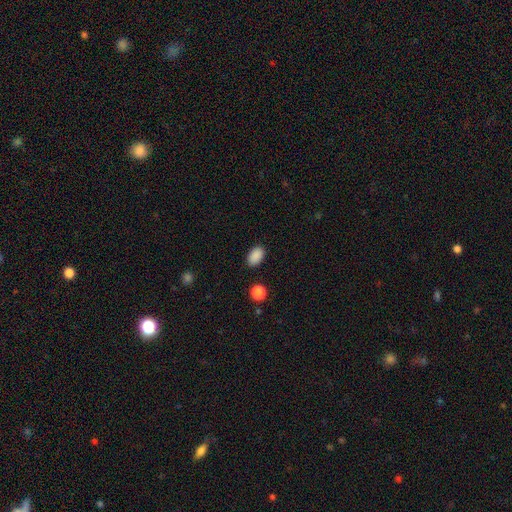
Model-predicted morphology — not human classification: Smooth or featured?
  - smooth: 88% *
  - star or artifact: 9%
  - featured or disk: 3%
How rounded?
  - in between: 90% *
  - round: 9%
  - cigar-shaped: 1%
Merging?
  - none: 87% *
  - minor disturbance: 9%
  - major disturbance: 2%
  - merger: 2%